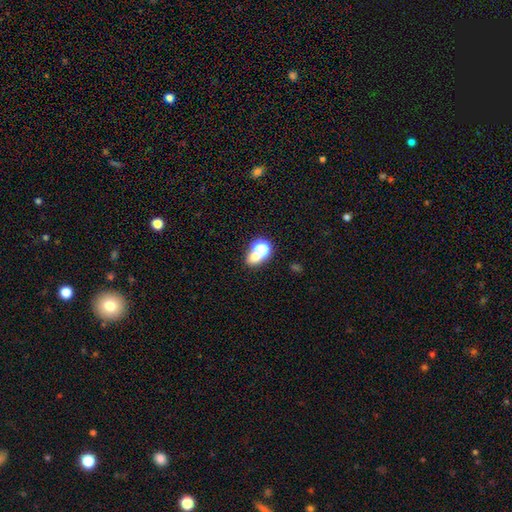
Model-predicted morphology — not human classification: Q: Smooth or featured?
A: smooth (57%); runner-up: star or artifact (30%)
Q: How rounded?
A: round (57%); runner-up: in between (42%)
Q: Merging?
A: none (46%); runner-up: merger (41%)